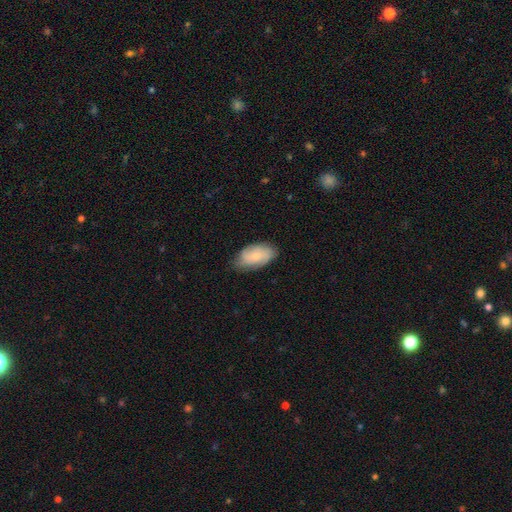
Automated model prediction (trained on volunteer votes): smooth 61%, featured or disk 32%, star or artifact 6%. Down the decision tree: how rounded — in between (93%); merging — none (72%).